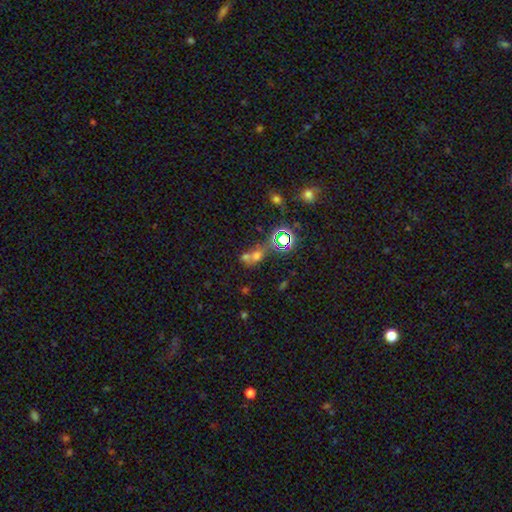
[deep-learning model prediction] A smooth galaxy with no disk features (47%).

Vote fractions:
- Smooth or featured? smooth: 47% / star or artifact: 37% / featured or disk: 16%
- Merging? merger: 51% / none: 35% / minor disturbance: 8% / major disturbance: 6%